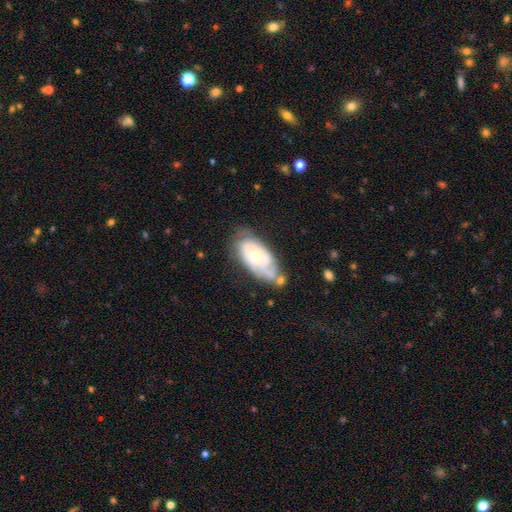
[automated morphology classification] A featured or disk galaxy (68%) with no bar (73%), tight (66%) spiral arms (85%) and a small central bulge (52%).

Vote fractions:
- Smooth or featured? featured or disk: 68% / smooth: 25% / star or artifact: 6%
- Edge-on disk? no: 93% / yes: 7%
- Bar? no: 73% / weak: 22% / strong: 4%
- Spiral arms? yes: 85% / no: 15%
- Spiral winding? tight: 66% / medium: 26% / loose: 8%
- Spiral arm count? can't tell: 48% / 2: 26% / 3: 13% / 1: 6% / 4: 4% / more than 4: 3%
- Bulge size? small: 52% / moderate: 43% / large: 2% / none: 2% / dominant: 1%
- Merging? none: 56% / minor disturbance: 27% / major disturbance: 10% / merger: 7%